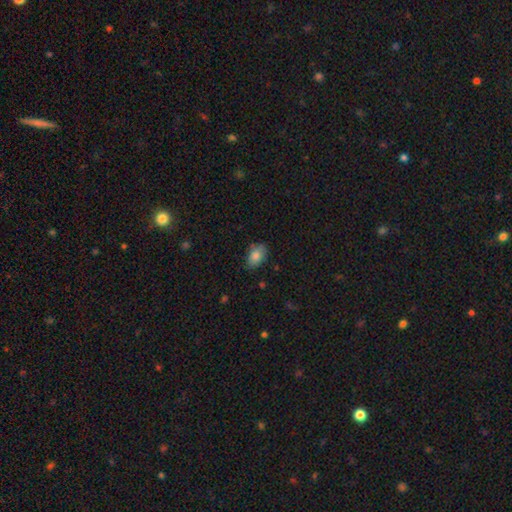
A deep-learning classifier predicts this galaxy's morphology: smooth_or_featured: smooth (p=0.82) [alt: featured or disk p=0.10]
how_rounded: in between (p=0.86) [alt: round p=0.13]
merging: none (p=0.75) [alt: minor disturbance p=0.20]